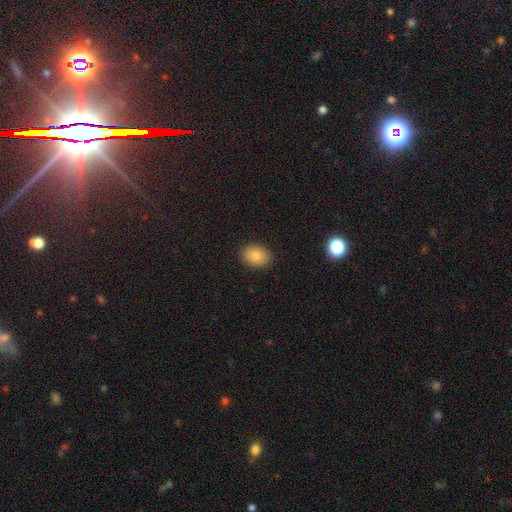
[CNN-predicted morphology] A smooth galaxy with no disk features (83%) that is in between round and cigar-shaped (66%). Merging: none (89%).